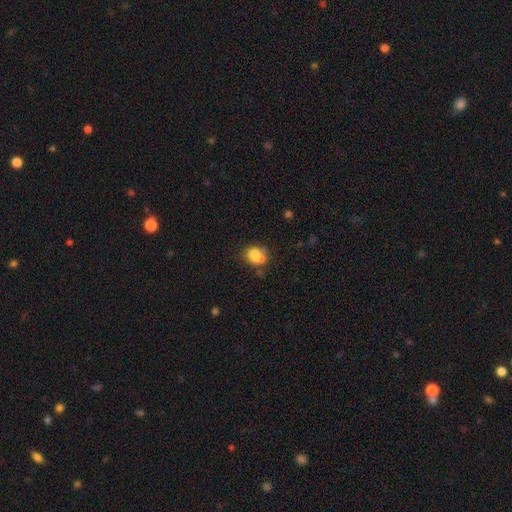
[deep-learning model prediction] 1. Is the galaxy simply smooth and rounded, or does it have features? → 73% smooth, 17% featured or disk, 11% star or artifact.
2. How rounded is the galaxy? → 50% in between, 49% round, 1% cigar-shaped.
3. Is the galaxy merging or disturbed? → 40% none, 34% merger, 18% minor disturbance, 8% major disturbance.